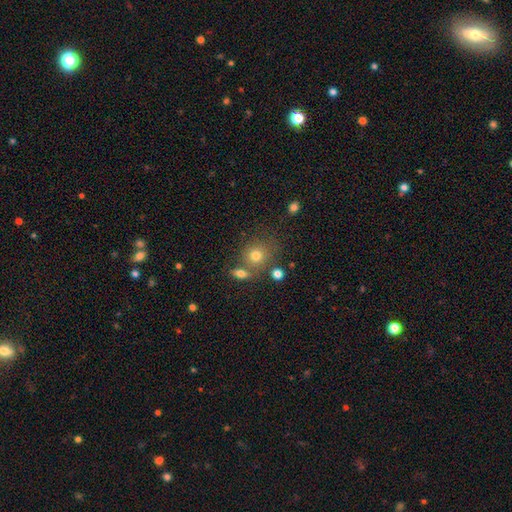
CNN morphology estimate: smooth_or_featured: smooth (p=0.75) [alt: star or artifact p=0.13]
how_rounded: round (p=0.79) [alt: in between p=0.20]
merging: none (p=0.61) [alt: merger p=0.22]